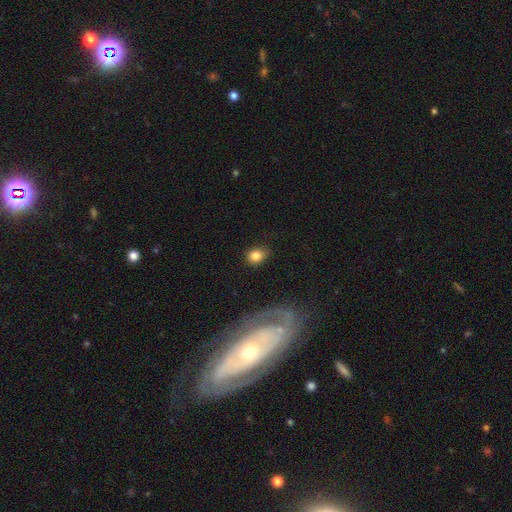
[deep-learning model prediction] Smooth or featured? Predicted: smooth (p=0.83). How rounded? Predicted: round (p=0.52). Merging? Predicted: none (p=0.78).